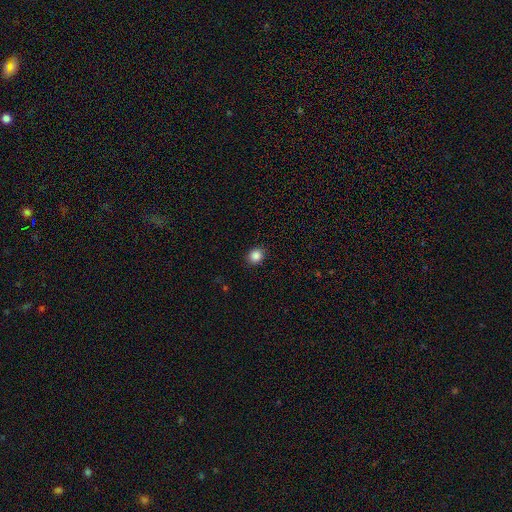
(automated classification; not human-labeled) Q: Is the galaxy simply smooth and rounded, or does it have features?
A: smooth — 86%.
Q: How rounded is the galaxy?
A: round — 79%.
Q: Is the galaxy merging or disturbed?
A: none — 89%.